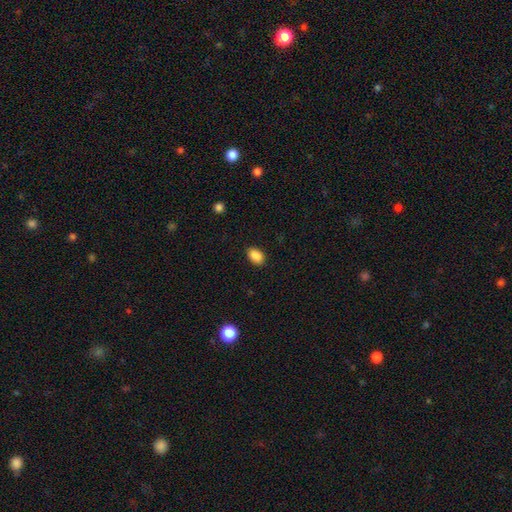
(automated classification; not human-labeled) Morphology: type=smooth (88%); roundness=in between (86%); merging=none (85%).